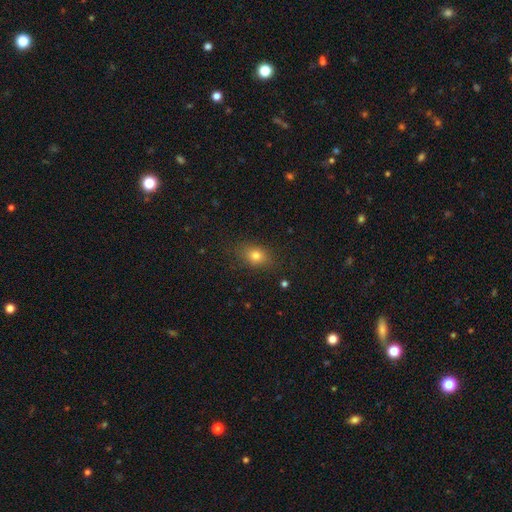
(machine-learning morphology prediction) type=smooth (77%); roundness=in between (62%); merging=none (81%).